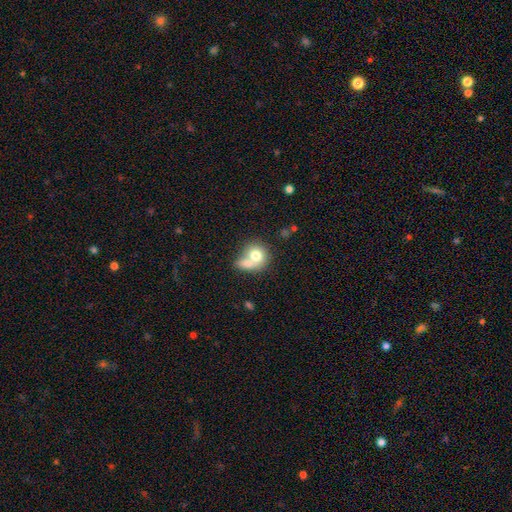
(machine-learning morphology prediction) Smooth or featured?
  - smooth: 72% *
  - featured or disk: 19%
  - star or artifact: 8%
How rounded?
  - round: 70% *
  - in between: 28%
  - cigar-shaped: 1%
Merging?
  - merger: 61% *
  - none: 25%
  - minor disturbance: 9%
  - major disturbance: 5%